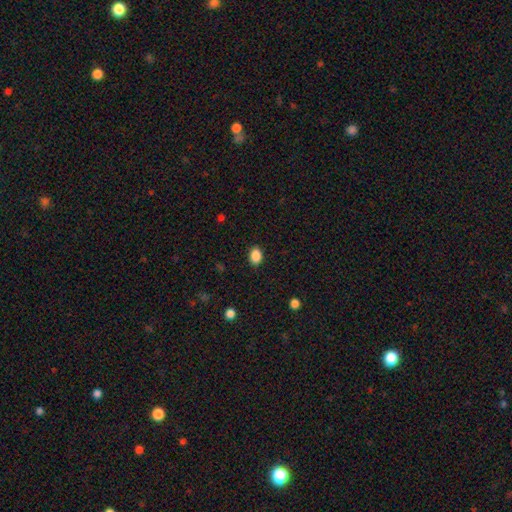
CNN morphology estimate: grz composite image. It shows a smooth galaxy with no disk features (88%) that is in between round and cigar-shaped (74%). Merging: none (88%).